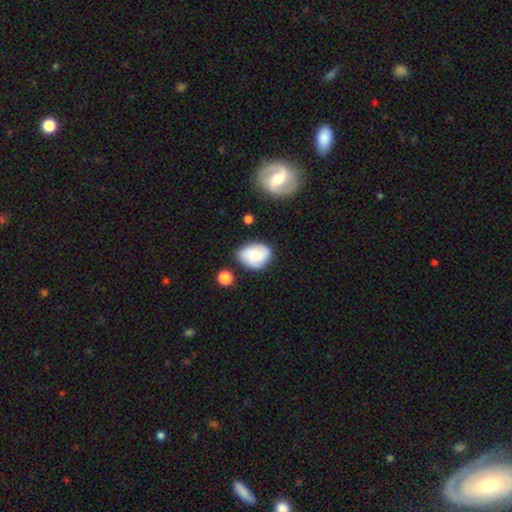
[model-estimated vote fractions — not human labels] Smooth or featured?
  - smooth: 55% *
  - featured or disk: 37%
  - star or artifact: 8%
How rounded?
  - in between: 64% *
  - round: 35%
  - cigar-shaped: 1%
Merging?
  - none: 65% *
  - minor disturbance: 23%
  - major disturbance: 6%
  - merger: 6%